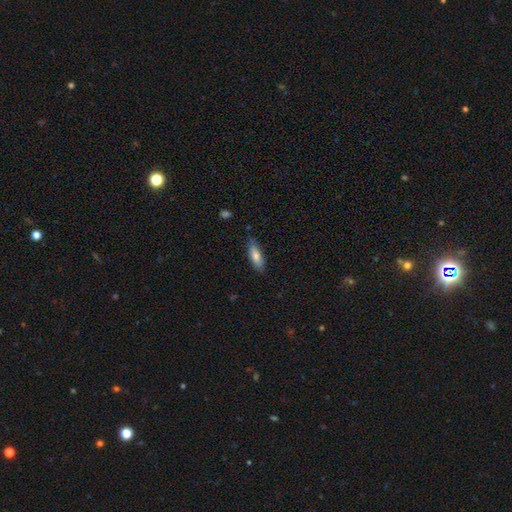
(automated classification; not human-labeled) A smooth galaxy with no disk features (78%) that is in between round and cigar-shaped (59%). Merging: none (80%).